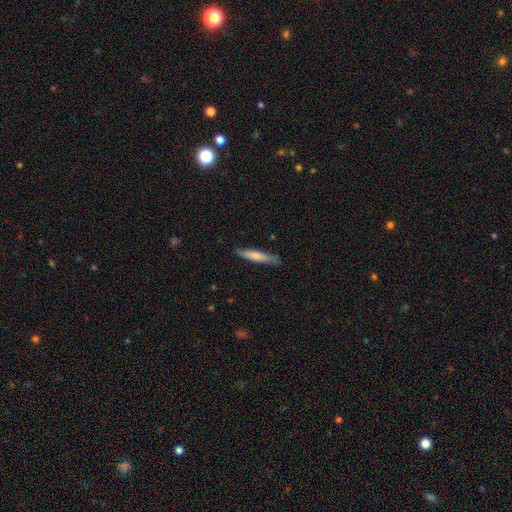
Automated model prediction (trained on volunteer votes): A smooth galaxy with no disk features (71%) that is cigar-shaped (89%). Merging: none (80%).